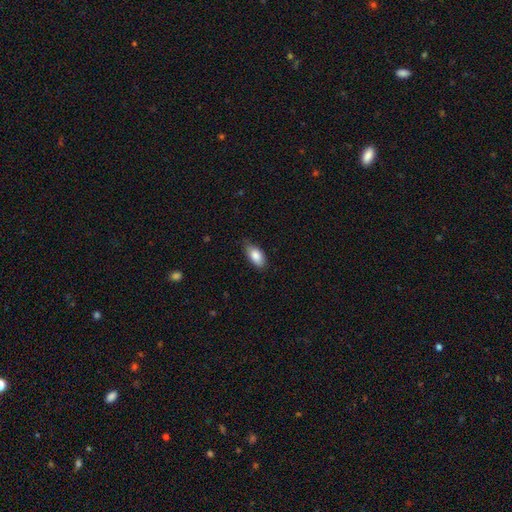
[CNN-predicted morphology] A smooth galaxy with no disk features (85%) that is in between round and cigar-shaped (91%).

Vote fractions:
- Smooth or featured? smooth: 85% / featured or disk: 9% / star or artifact: 6%
- How rounded? in between: 91% / cigar-shaped: 6% / round: 3%
- Merging? none: 71% / minor disturbance: 25% / major disturbance: 4% / merger: 1%